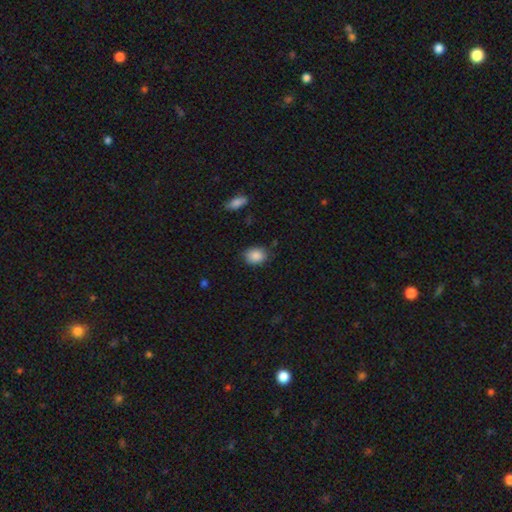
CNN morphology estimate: Smooth or featured?
  - smooth: 88% *
  - star or artifact: 8%
  - featured or disk: 4%
How rounded?
  - in between: 59% *
  - round: 40%
  - cigar-shaped: 1%
Merging?
  - none: 80% *
  - minor disturbance: 15%
  - major disturbance: 3%
  - merger: 2%